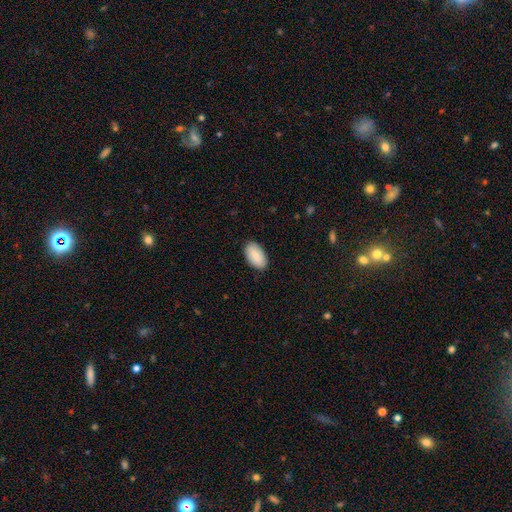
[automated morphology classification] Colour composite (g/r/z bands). It shows a smooth galaxy with no disk features (88%) that is in between round and cigar-shaped (95%). Merging: none (88%).